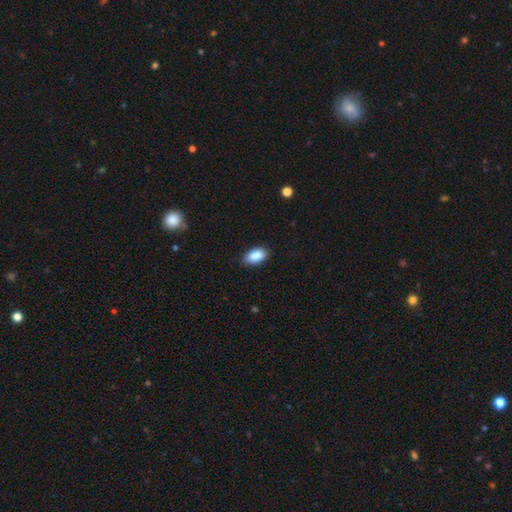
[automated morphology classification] Q: Smooth or featured?
A: smooth (88%); runner-up: star or artifact (7%)
Q: How rounded?
A: in between (92%); runner-up: round (4%)
Q: Merging?
A: none (83%); runner-up: minor disturbance (14%)